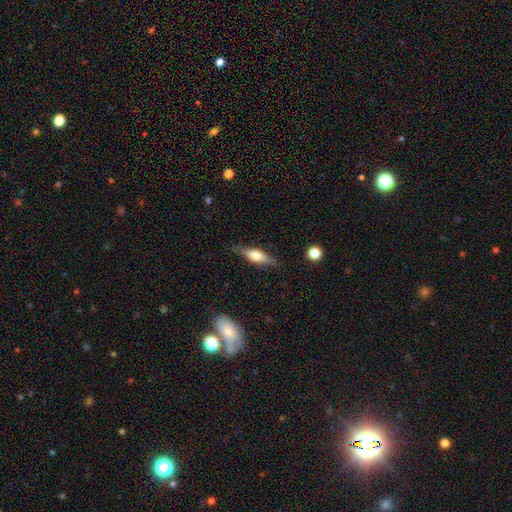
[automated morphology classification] smooth 52%, featured or disk 42%, star or artifact 6%. Down the decision tree: how rounded — cigar-shaped (56%); merging — none (82%).